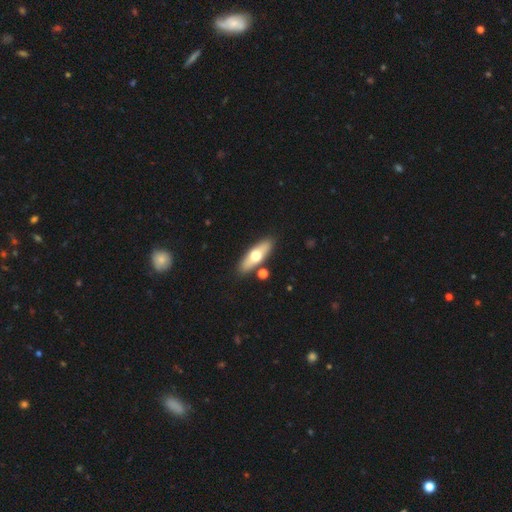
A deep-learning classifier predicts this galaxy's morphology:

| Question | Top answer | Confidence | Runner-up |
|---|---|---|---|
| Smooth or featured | smooth | 55% | featured or disk (39%) |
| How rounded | in between | 52% | cigar-shaped (45%) |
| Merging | none | 83% | minor disturbance (9%) |